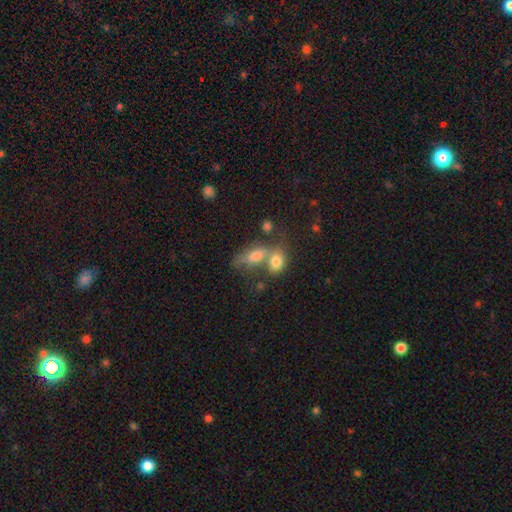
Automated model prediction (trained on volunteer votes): This appears to be a smooth galaxy with no disk features (71%) that is in between round and cigar-shaped (77%). Merging: merger (52%).